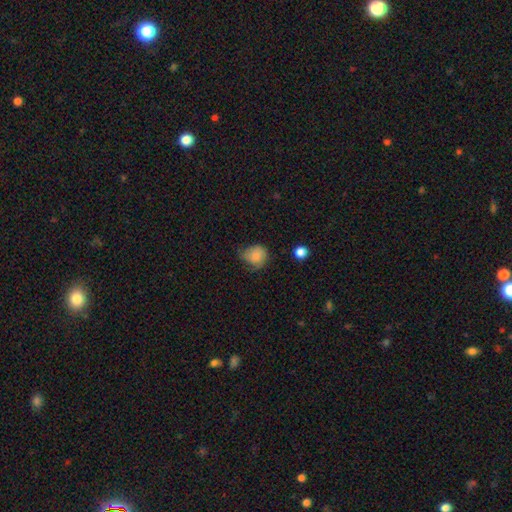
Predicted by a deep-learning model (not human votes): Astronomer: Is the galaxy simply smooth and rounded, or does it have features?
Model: smooth — 80%.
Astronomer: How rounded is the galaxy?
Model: round — 73%.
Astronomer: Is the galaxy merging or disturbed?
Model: none — 50% (runner-up: minor disturbance, 36%).